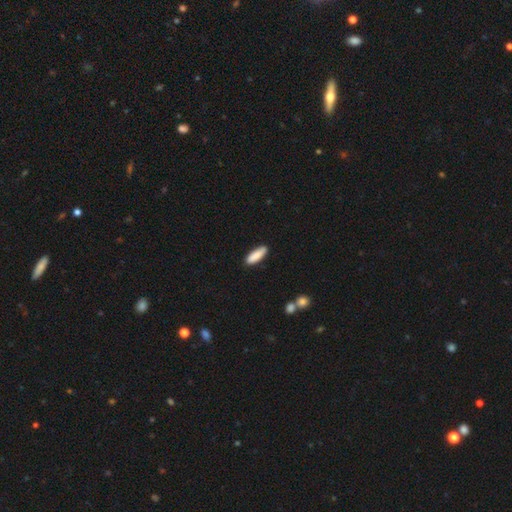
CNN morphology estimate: Smooth or featured? smooth (88%)
How rounded? cigar-shaped (51%)
Merging? none (86%)